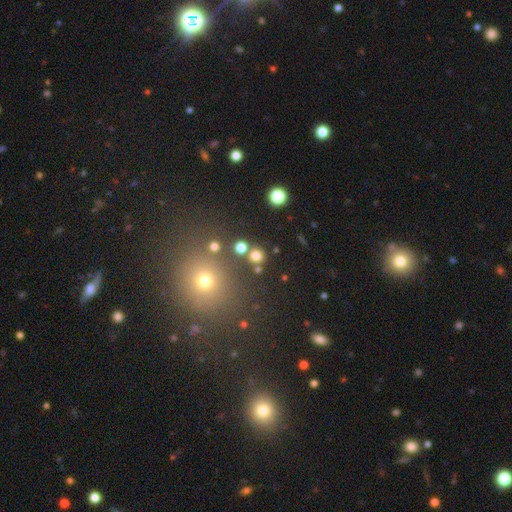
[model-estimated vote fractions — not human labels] smooth-or-featured: smooth: 75% | star or artifact: 19% | featured or disk: 6%
  how-rounded: round: 91% | in between: 8% | cigar-shaped: 1%
  merging: none: 80% | merger: 10% | minor disturbance: 6% | major disturbance: 3%